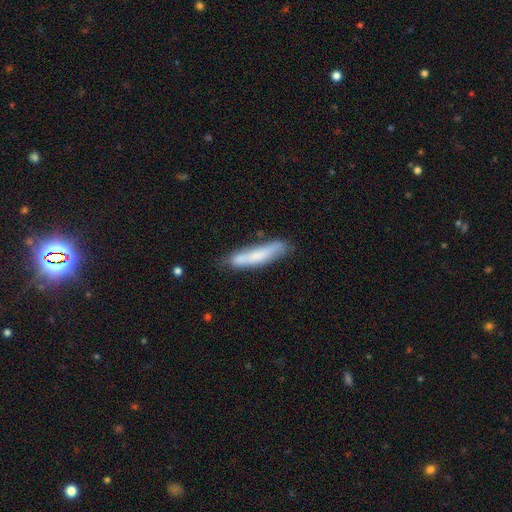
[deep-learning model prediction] smooth 65%, featured or disk 28%, star or artifact 7%. Down the decision tree: how rounded — cigar-shaped (82%); merging — none (66%).